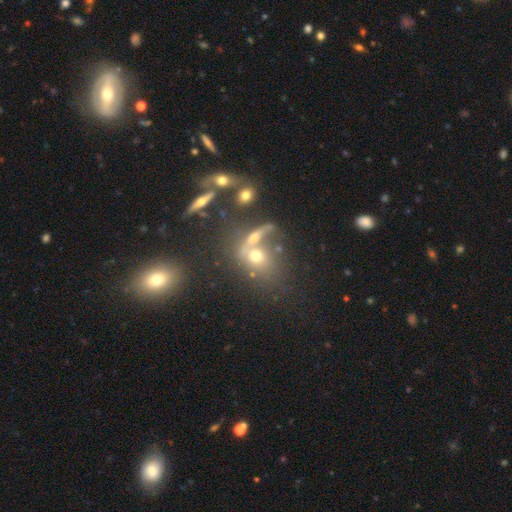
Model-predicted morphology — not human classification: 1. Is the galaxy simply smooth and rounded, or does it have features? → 51% smooth, 26% featured or disk, 23% star or artifact.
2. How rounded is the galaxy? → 52% round, 45% in between, 4% cigar-shaped.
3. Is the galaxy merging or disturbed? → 44% merger, 33% none, 12% major disturbance, 11% minor disturbance.